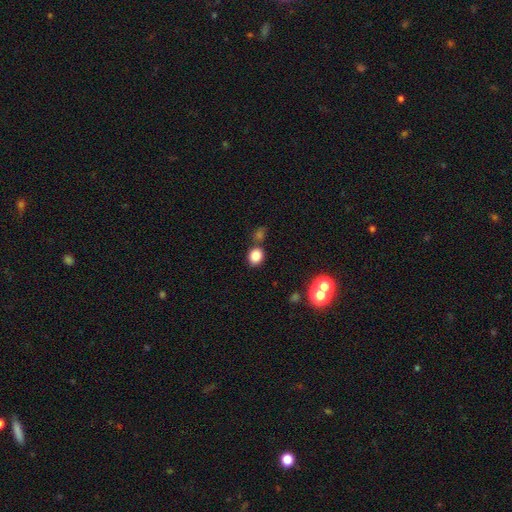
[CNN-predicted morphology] smooth 83%, star or artifact 12%, featured or disk 5%. Down the decision tree: how rounded — round (60%); merging — none (68%).